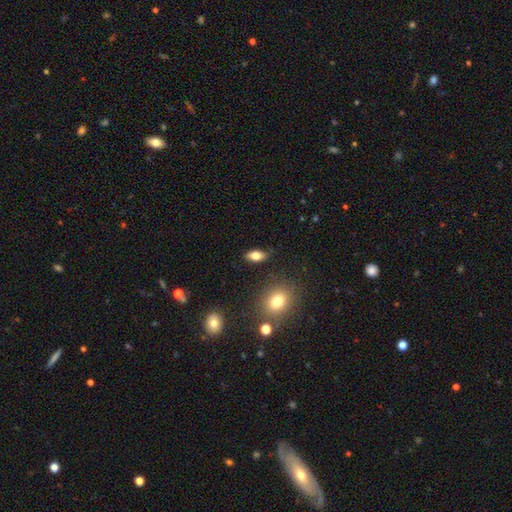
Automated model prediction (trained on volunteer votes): A smooth galaxy with no disk features (77%) that is in between round and cigar-shaped (86%).

Vote fractions:
- Smooth or featured? smooth: 77% / featured or disk: 14% / star or artifact: 9%
- How rounded? in between: 86% / cigar-shaped: 9% / round: 6%
- Merging? none: 84% / minor disturbance: 11% / major disturbance: 3% / merger: 2%